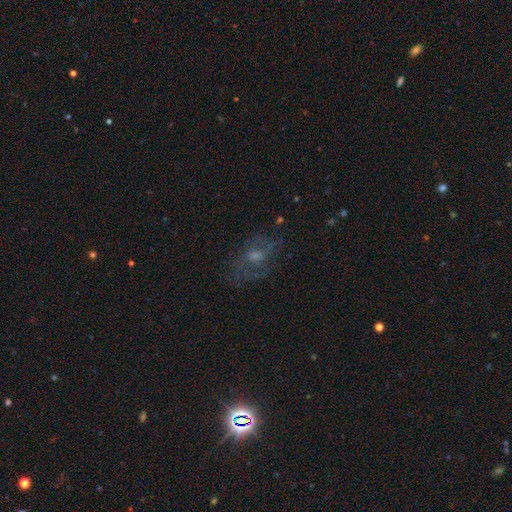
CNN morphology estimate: A featured or disk galaxy (52%).

Vote fractions:
- Smooth or featured? featured or disk: 52% / smooth: 28% / star or artifact: 20%
- Edge-on disk? no: 93% / yes: 7%
- Merging? none: 61% / minor disturbance: 19% / major disturbance: 18% / merger: 2%